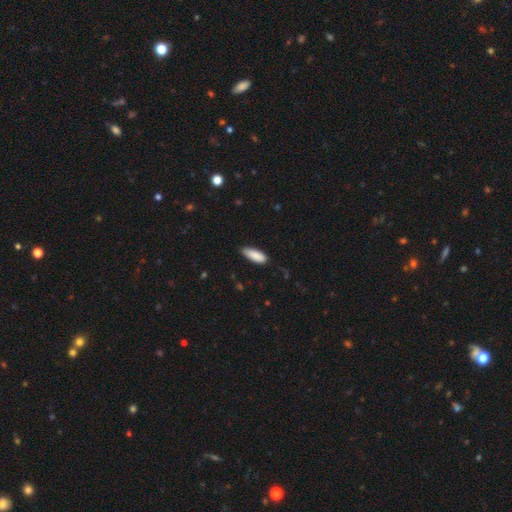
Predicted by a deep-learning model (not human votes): Smooth or featured?
  - smooth: 88% *
  - featured or disk: 6%
  - star or artifact: 6%
How rounded?
  - in between: 72% *
  - cigar-shaped: 26%
  - round: 2%
Merging?
  - none: 79% *
  - minor disturbance: 17%
  - major disturbance: 2%
  - merger: 1%